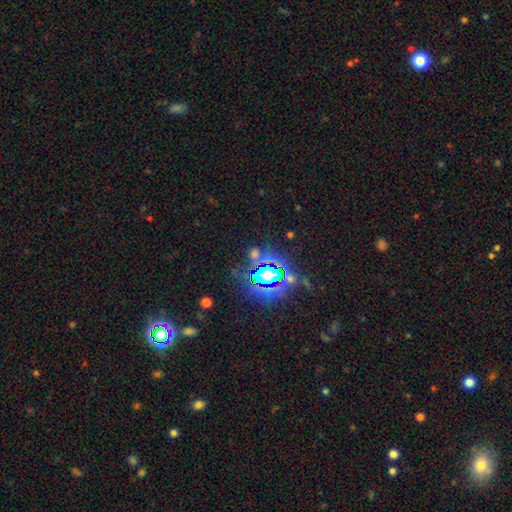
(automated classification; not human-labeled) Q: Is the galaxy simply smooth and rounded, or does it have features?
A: star or artifact — 74%.